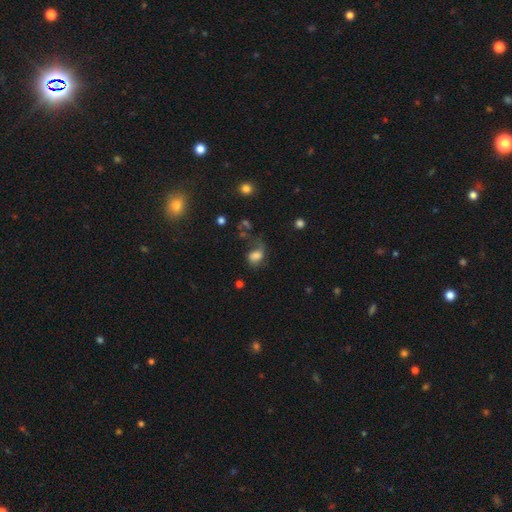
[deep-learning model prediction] smooth_or_featured: smooth (p=0.68) [alt: featured or disk p=0.20]
how_rounded: in between (p=0.66) [alt: round p=0.32]
merging: major disturbance (p=0.38) [alt: none p=0.32]